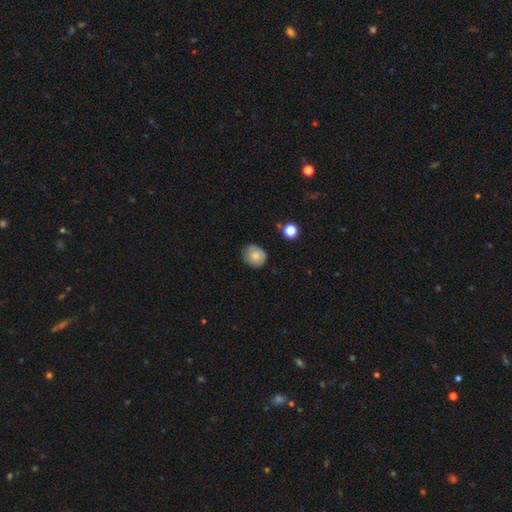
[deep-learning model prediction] Smooth or featured? smooth (76%)
How rounded? round (68%)
Merging? none (71%)